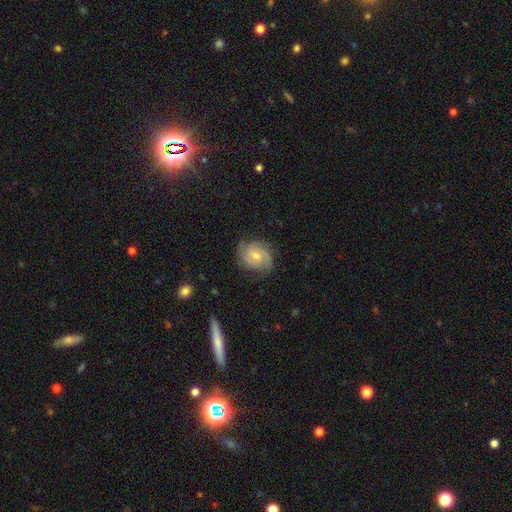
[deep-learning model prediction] smooth-or-featured: featured or disk: 73% | smooth: 19% | star or artifact: 8%
  disk-edge-on: no: 97% | yes: 3%
    bar: no: 63% | weak: 31% | strong: 6%
    has-spiral-arms: yes: 94% | no: 6%
      spiral-winding: tight: 51% | medium: 38% | loose: 12%
      spiral-arm-count: 2: 57% | can't tell: 18% | 3: 15% | 1: 4% | 4: 3% | more than 4: 3%
    bulge-size: small: 48% | moderate: 47% | large: 2% | none: 2% | dominant: 1%
  merging: none: 78% | minor disturbance: 16% | major disturbance: 5% | merger: 1%